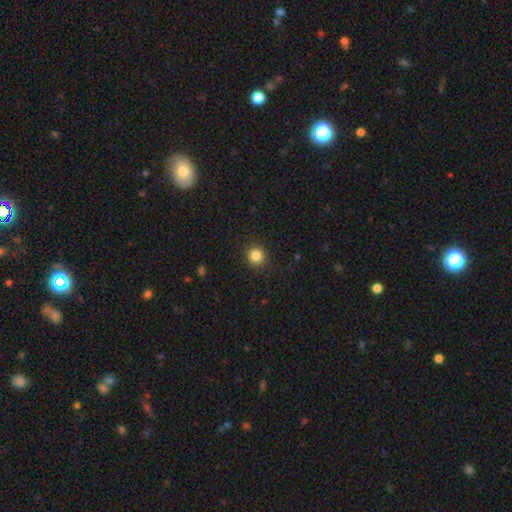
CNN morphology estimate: Smooth or featured?
  - smooth: 84% *
  - star or artifact: 12%
  - featured or disk: 5%
How rounded?
  - round: 91% *
  - in between: 8%
  - cigar-shaped: 1%
Merging?
  - none: 90% *
  - minor disturbance: 7%
  - major disturbance: 2%
  - merger: 1%